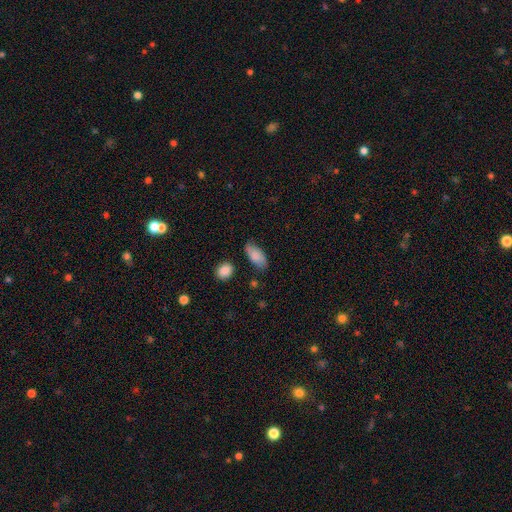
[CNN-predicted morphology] A smooth galaxy with no disk features (82%) that is in between round and cigar-shaped (89%).

Vote fractions:
- Smooth or featured? smooth: 82% / featured or disk: 11% / star or artifact: 7%
- How rounded? in between: 89% / cigar-shaped: 8% / round: 3%
- Merging? none: 73% / minor disturbance: 19% / major disturbance: 4% / merger: 3%